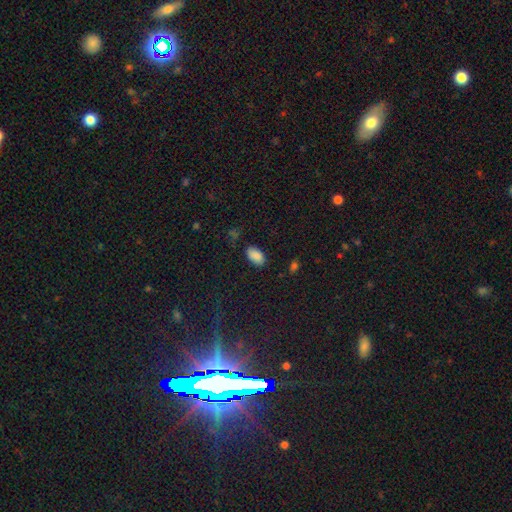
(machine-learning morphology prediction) Smooth or featured? smooth (87%)
How rounded? in between (94%)
Merging? none (82%)